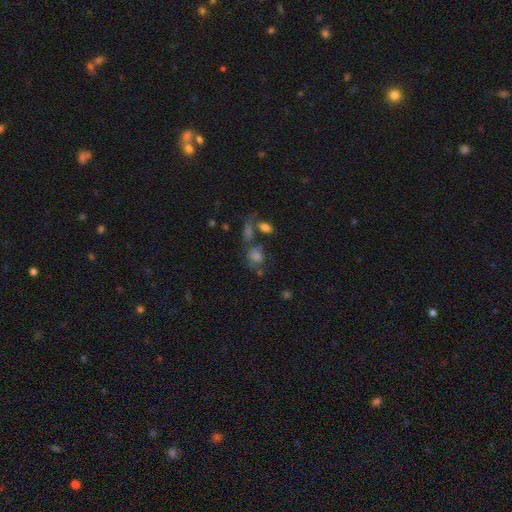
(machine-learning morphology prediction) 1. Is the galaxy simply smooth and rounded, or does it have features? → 55% smooth, 24% star or artifact, 21% featured or disk.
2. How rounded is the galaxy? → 52% round, 46% in between, 3% cigar-shaped.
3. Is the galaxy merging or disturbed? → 45% none, 27% merger, 16% minor disturbance, 13% major disturbance.